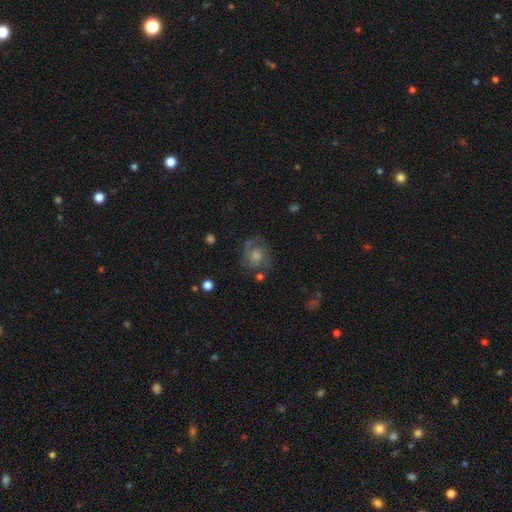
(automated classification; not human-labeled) Smooth or featured?
  - featured or disk: 53% *
  - smooth: 38%
  - star or artifact: 9%
Edge-on disk?
  - no: 97% *
  - yes: 3%
Bar?
  - no: 77% *
  - weak: 21%
  - strong: 3%
Spiral arms?
  - yes: 78% *
  - no: 22%
Bulge size?
  - moderate: 44% *
  - small: 30%
  - large: 14%
  - none: 10%
  - dominant: 2%
Merging?
  - none: 60% *
  - minor disturbance: 21%
  - major disturbance: 15%
  - merger: 4%